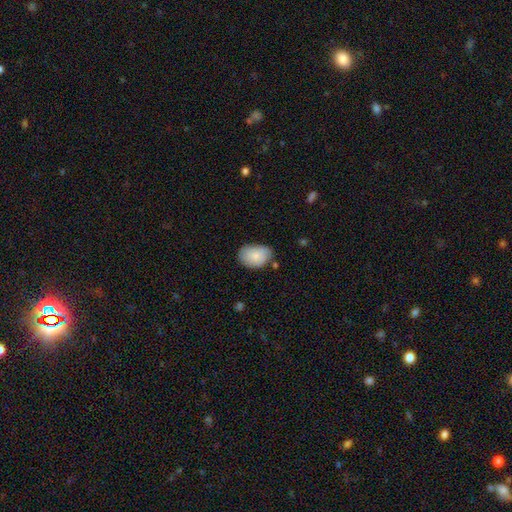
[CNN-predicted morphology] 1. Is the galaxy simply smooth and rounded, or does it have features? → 84% smooth, 10% featured or disk, 6% star or artifact.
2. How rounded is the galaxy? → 85% in between, 14% round, 1% cigar-shaped.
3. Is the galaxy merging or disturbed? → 68% none, 24% minor disturbance, 4% major disturbance, 3% merger.